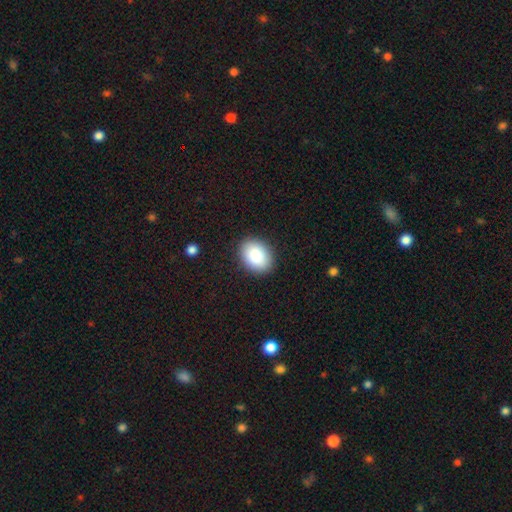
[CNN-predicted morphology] Q: Smooth or featured?
A: smooth (88%); runner-up: star or artifact (7%)
Q: How rounded?
A: in between (72%); runner-up: round (27%)
Q: Merging?
A: none (89%); runner-up: minor disturbance (8%)